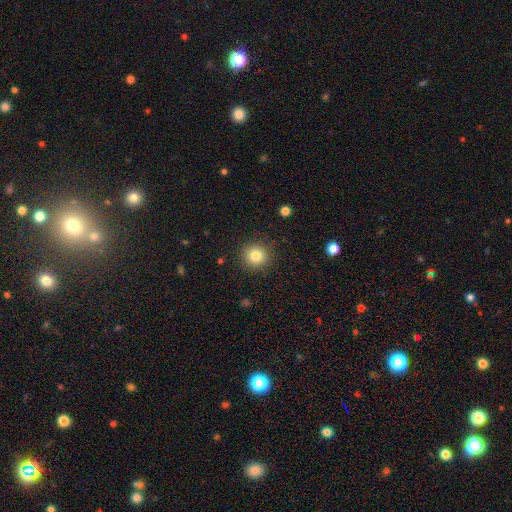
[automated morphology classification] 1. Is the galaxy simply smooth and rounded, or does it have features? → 82% smooth, 11% star or artifact, 7% featured or disk.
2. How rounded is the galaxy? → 93% round, 6% in between, 1% cigar-shaped.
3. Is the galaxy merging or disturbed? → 90% none, 7% minor disturbance, 2% major disturbance, 1% merger.